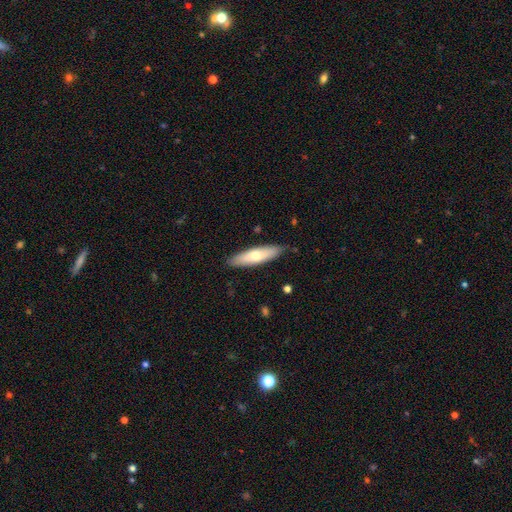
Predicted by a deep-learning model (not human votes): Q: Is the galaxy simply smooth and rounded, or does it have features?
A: smooth — 62%.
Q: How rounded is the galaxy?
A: cigar-shaped — 60%.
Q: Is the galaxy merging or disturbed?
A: none — 83%.